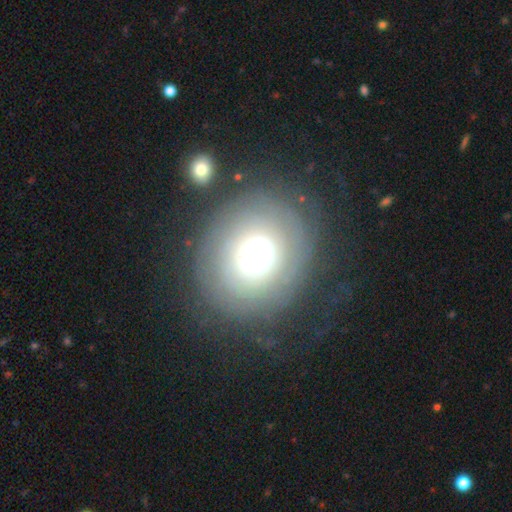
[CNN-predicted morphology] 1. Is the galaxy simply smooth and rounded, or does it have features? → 46% smooth, 40% featured or disk, 14% star or artifact.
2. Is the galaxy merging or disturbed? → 74% none, 13% minor disturbance, 9% major disturbance, 4% merger.